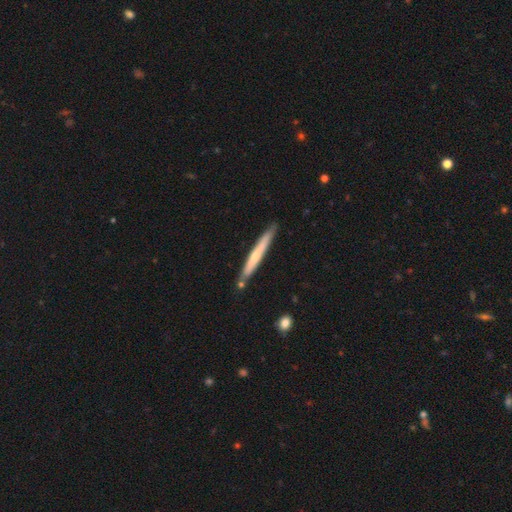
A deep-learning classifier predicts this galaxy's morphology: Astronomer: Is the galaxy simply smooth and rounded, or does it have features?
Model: smooth — 48% (runner-up: featured or disk, 46%).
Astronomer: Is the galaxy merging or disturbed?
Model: none — 83%.